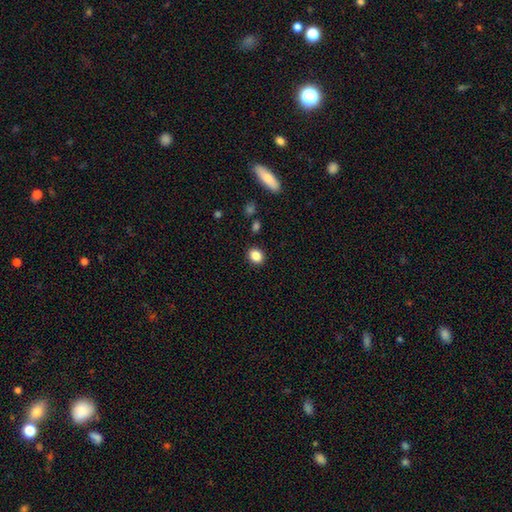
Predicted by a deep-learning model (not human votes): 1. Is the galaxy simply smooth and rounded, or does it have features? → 86% smooth, 10% star or artifact, 4% featured or disk.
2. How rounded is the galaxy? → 58% round, 41% in between, 1% cigar-shaped.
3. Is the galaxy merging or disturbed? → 88% none, 7% minor disturbance, 2% major disturbance, 2% merger.